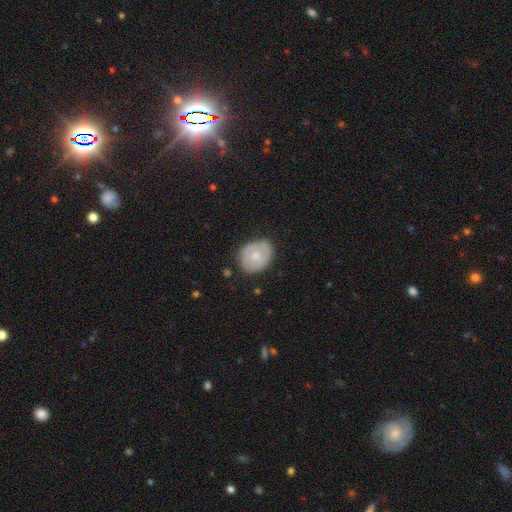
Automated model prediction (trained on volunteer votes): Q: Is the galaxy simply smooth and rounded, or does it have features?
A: smooth — 56%.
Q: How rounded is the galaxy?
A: round — 54%.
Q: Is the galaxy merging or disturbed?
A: none — 72%.